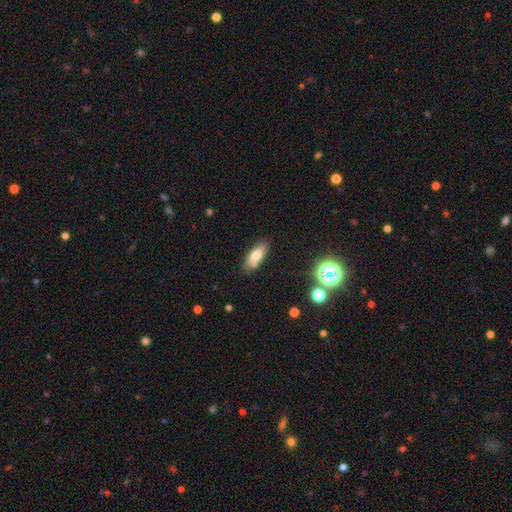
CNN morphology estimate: Smooth or featured? smooth (72%)
How rounded? in between (76%)
Merging? none (78%)